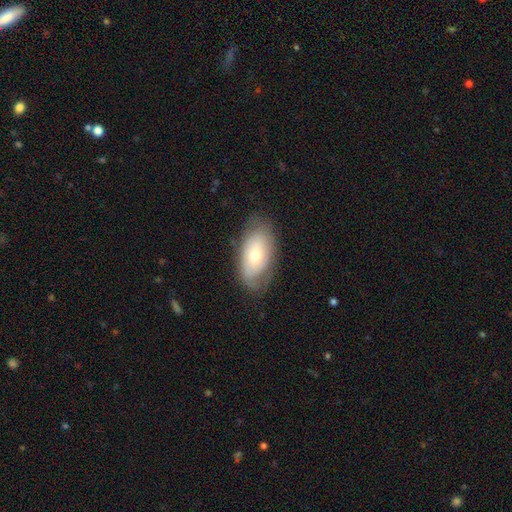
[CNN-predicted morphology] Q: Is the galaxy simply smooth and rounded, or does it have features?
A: smooth — 56%.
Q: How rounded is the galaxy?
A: in between — 92%.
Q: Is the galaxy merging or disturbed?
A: none — 73%.